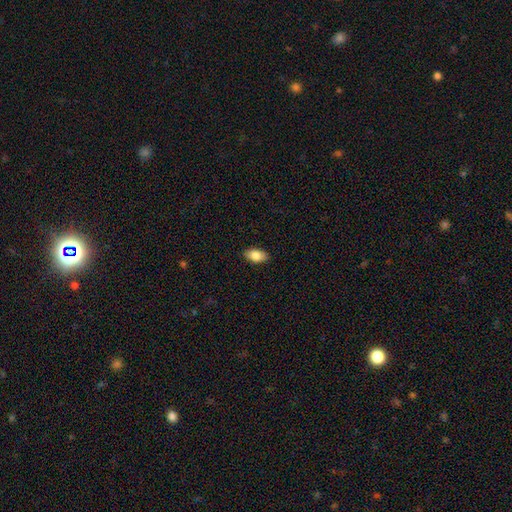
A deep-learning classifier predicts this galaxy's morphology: Smooth or featured?
  - smooth: 84% *
  - featured or disk: 9%
  - star or artifact: 7%
How rounded?
  - in between: 93% *
  - round: 5%
  - cigar-shaped: 2%
Merging?
  - none: 89% *
  - minor disturbance: 9%
  - major disturbance: 2%
  - merger: 1%